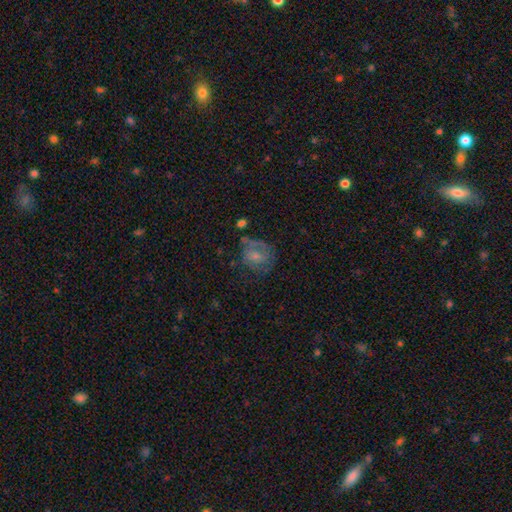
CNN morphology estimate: Smooth or featured? Predicted: smooth (p=0.48). Merging? Predicted: none (p=0.45).